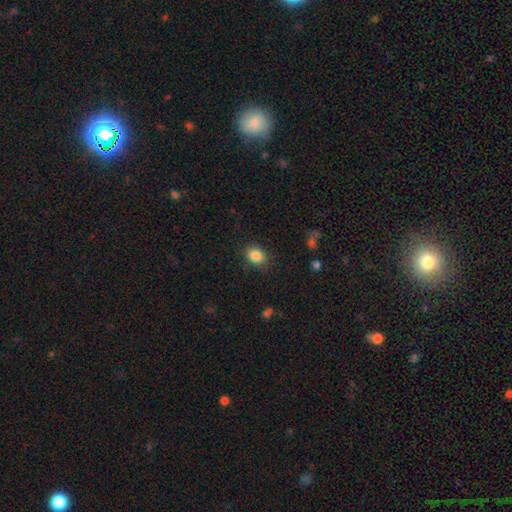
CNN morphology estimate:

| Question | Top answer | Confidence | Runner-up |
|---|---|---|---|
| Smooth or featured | smooth | 86% | star or artifact (9%) |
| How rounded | in between | 56% | round (43%) |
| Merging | none | 84% | minor disturbance (12%) |